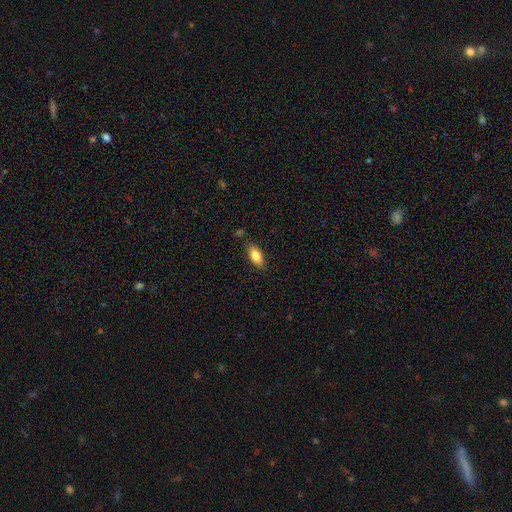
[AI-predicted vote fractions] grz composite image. It shows a smooth galaxy with no disk features (82%) that is in between round and cigar-shaped (83%). Merging: none (83%).